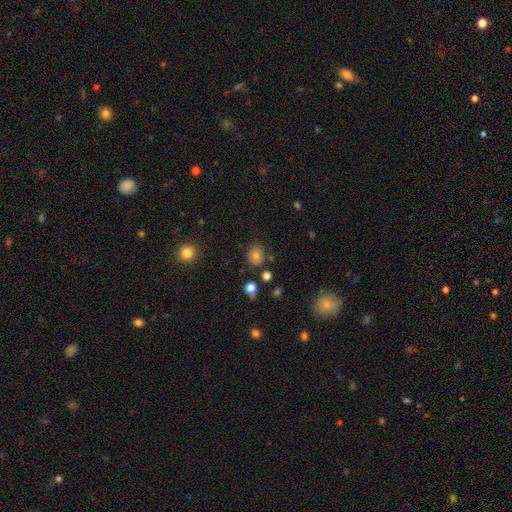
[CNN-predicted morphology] smooth-or-featured: smooth: 78% | star or artifact: 13% | featured or disk: 9%
  how-rounded: round: 82% | in between: 18% | cigar-shaped: 1%
  merging: none: 82% | minor disturbance: 11% | merger: 4% | major disturbance: 3%